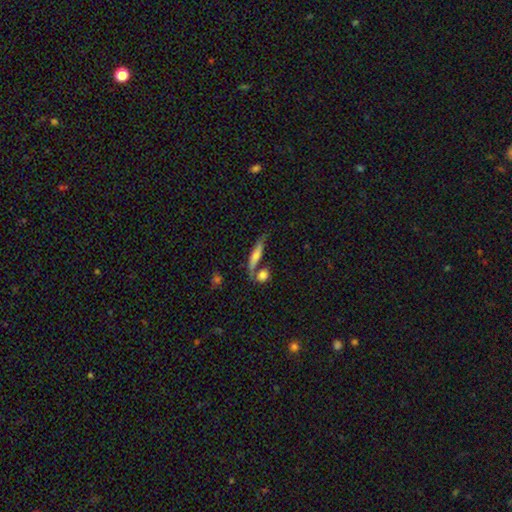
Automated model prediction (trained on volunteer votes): Smooth or featured? smooth (59%)
How rounded? cigar-shaped (77%)
Merging? none (63%)